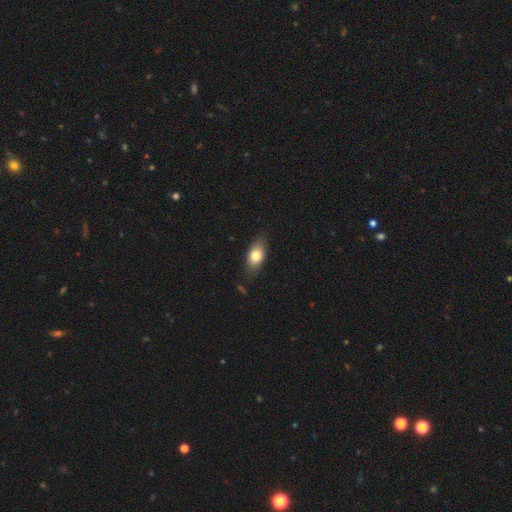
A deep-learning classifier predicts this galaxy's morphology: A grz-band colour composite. It shows a smooth galaxy with no disk features (78%) that is in between round and cigar-shaped (85%). Merging: none (78%).